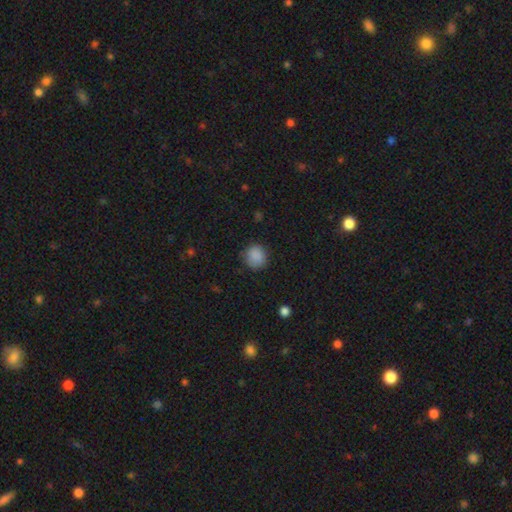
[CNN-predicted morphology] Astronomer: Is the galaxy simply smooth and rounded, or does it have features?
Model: smooth — 87%.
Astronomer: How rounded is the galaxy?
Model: round — 83%.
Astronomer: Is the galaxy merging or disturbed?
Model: none — 83%.